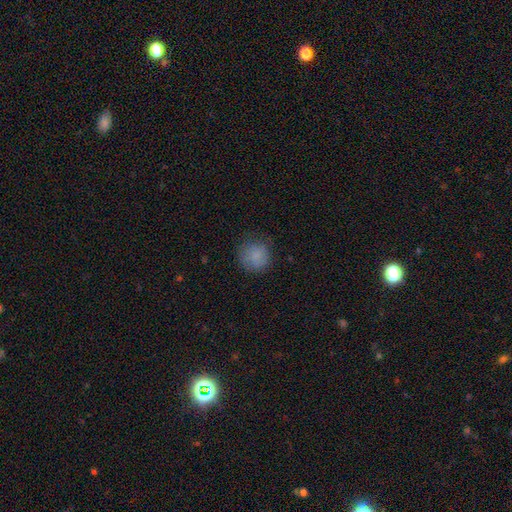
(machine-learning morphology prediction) The model was most divided on "merging": none: 77%, minor disturbance: 16%, major disturbance: 5%, merger: 1%. More confident: how rounded — round (91%); smooth or featured — smooth (83%).